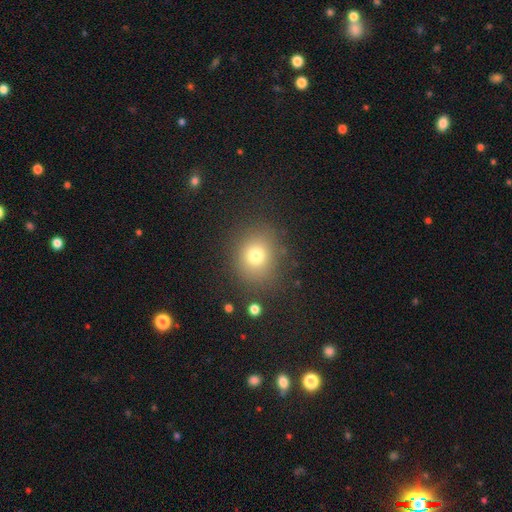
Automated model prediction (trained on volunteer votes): A smooth galaxy with no disk features (74%) that is round (77%).

Vote fractions:
- Smooth or featured? smooth: 74% / star or artifact: 16% / featured or disk: 10%
- How rounded? round: 77% / in between: 22% / cigar-shaped: 1%
- Merging? none: 83% / minor disturbance: 10% / major disturbance: 5% / merger: 2%